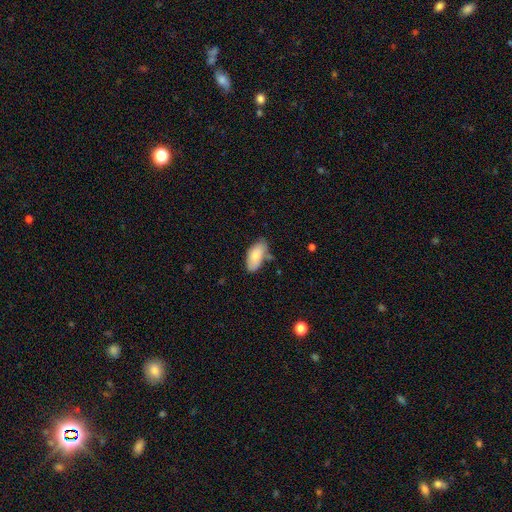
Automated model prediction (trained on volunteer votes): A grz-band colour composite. It shows a smooth galaxy with no disk features (81%) that is in between round and cigar-shaped (93%). Merging: none (64%).